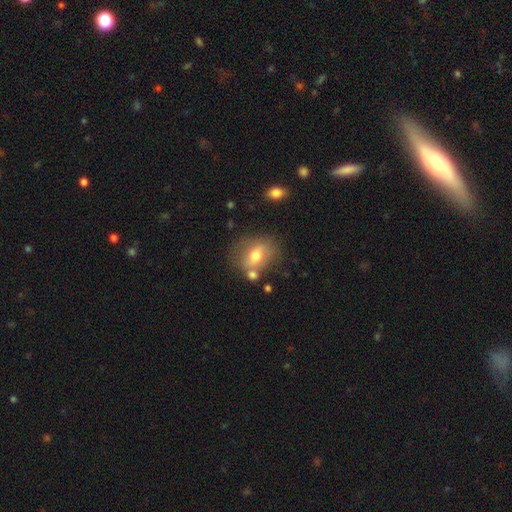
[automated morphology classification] A smooth galaxy with no disk features (55%) that is in between round and cigar-shaped (57%). Merging: none (58%).